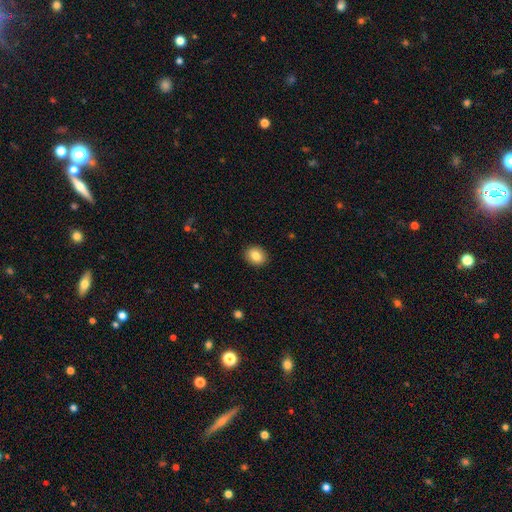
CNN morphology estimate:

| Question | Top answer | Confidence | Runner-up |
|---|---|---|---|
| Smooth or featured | smooth | 85% | star or artifact (8%) |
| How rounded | round | 53% | in between (46%) |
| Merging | none | 91% | minor disturbance (7%) |